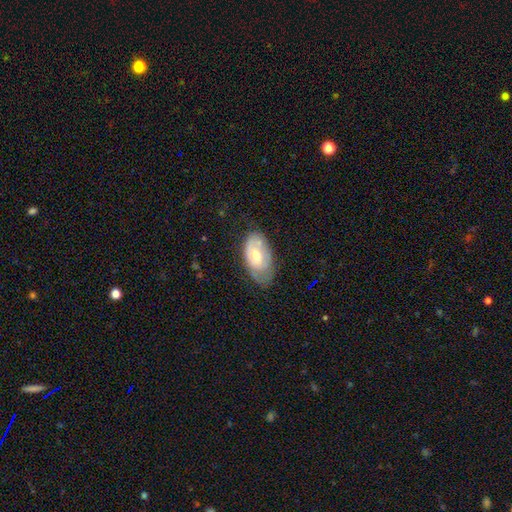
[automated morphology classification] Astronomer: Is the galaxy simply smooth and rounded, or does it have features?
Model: smooth — 49% (runner-up: featured or disk, 44%).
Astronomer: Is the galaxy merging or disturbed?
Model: none — 53% (runner-up: minor disturbance, 34%).